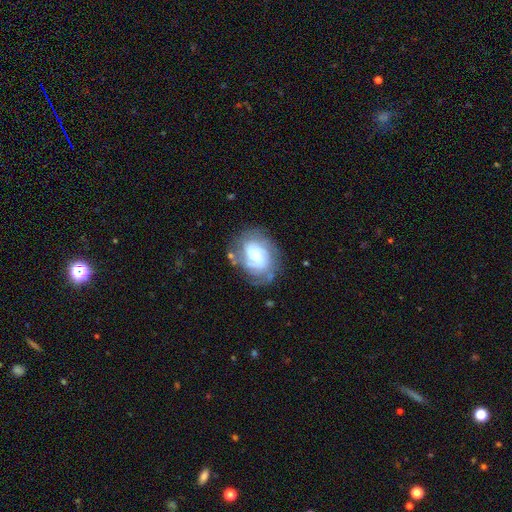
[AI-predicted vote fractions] smooth_or_featured: featured or disk (p=0.70) [alt: smooth p=0.22]
disk_edge_on: no (p=0.98) [alt: yes p=0.02]
bar: no (p=0.63) [alt: weak p=0.30]
has_spiral_arms: yes (p=0.89) [alt: no p=0.11]
spiral_winding: tight (p=0.55) [alt: medium p=0.34]
spiral_arm_count: can't tell (p=0.38) [alt: 2 p=0.23]
bulge_size: small (p=0.36) [alt: none p=0.25]
merging: none (p=0.62) [alt: minor disturbance p=0.21]